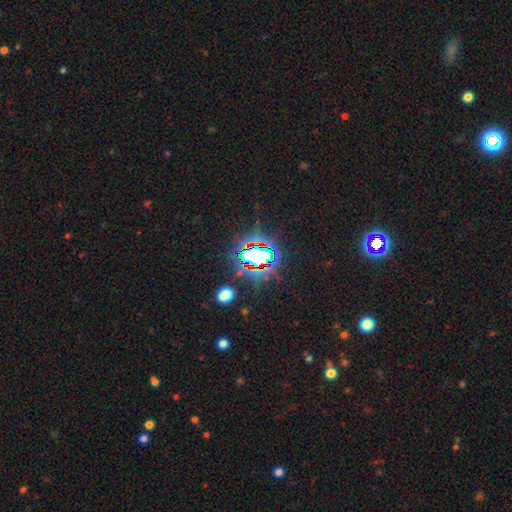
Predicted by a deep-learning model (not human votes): Overall: star or artifact (73%).